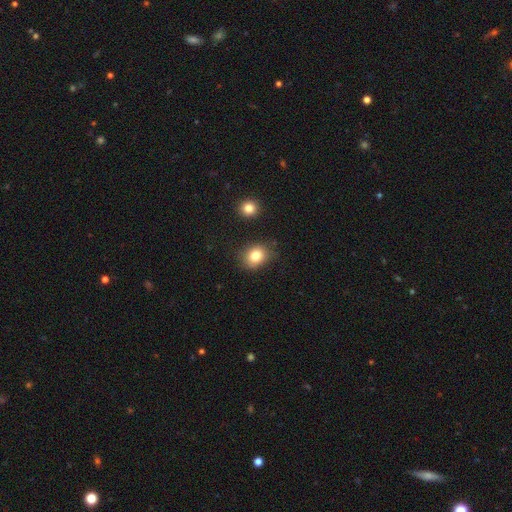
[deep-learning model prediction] Smooth or featured? smooth (81%)
How rounded? round (58%)
Merging? none (79%)